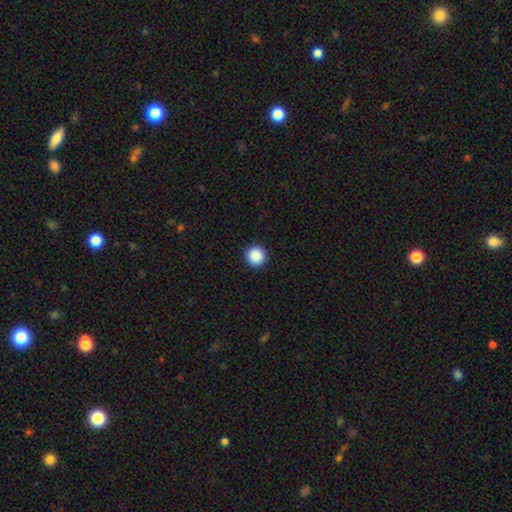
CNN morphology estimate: type=smooth (89%); roundness=round (95%); merging=none (93%).